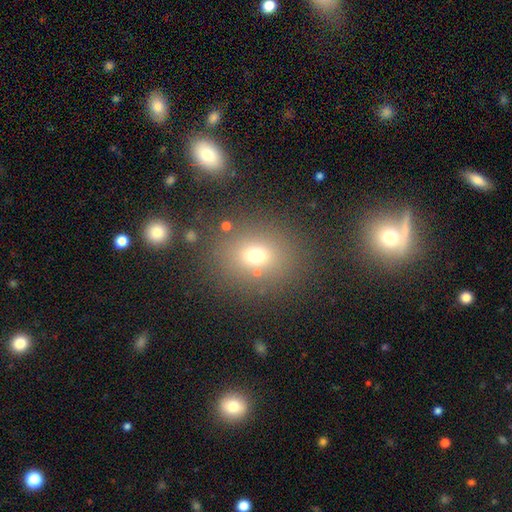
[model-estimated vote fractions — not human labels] Smooth or featured? smooth (70%)
How rounded? round (58%)
Merging? none (76%)